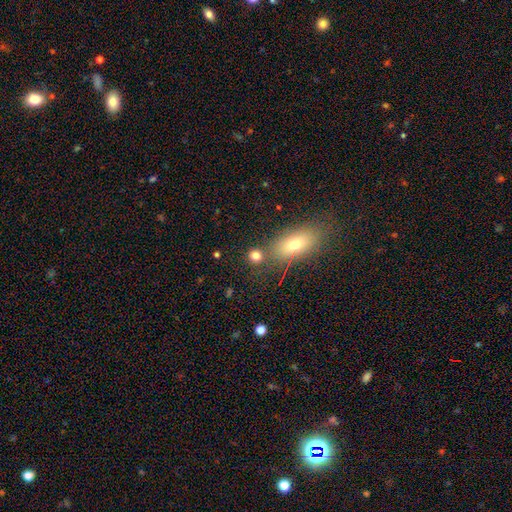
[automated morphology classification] smooth_or_featured: smooth (p=0.79) [alt: star or artifact p=0.13]
how_rounded: round (p=0.78) [alt: in between p=0.19]
merging: none (p=0.71) [alt: merger p=0.16]